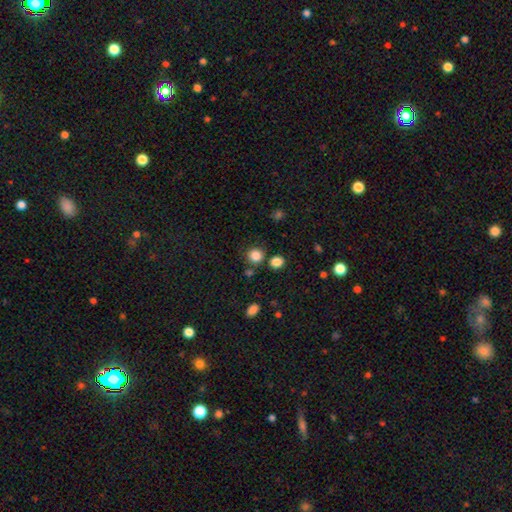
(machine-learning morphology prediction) Smooth or featured: smooth — 84% (star or artifact — 12%)
How rounded: round — 89% (in between — 10%)
Merging: none — 79% (merger — 10%)